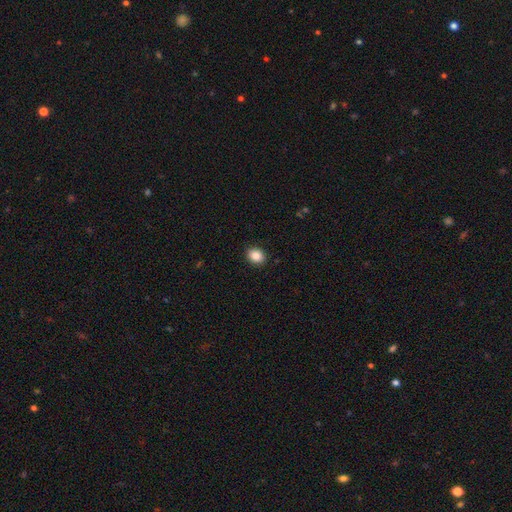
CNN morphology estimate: A smooth galaxy with no disk features (86%) that is round (59%).

Vote fractions:
- Smooth or featured? smooth: 86% / star or artifact: 9% / featured or disk: 5%
- How rounded? round: 59% / in between: 40% / cigar-shaped: 1%
- Merging? none: 91% / minor disturbance: 6% / major disturbance: 2% / merger: 1%